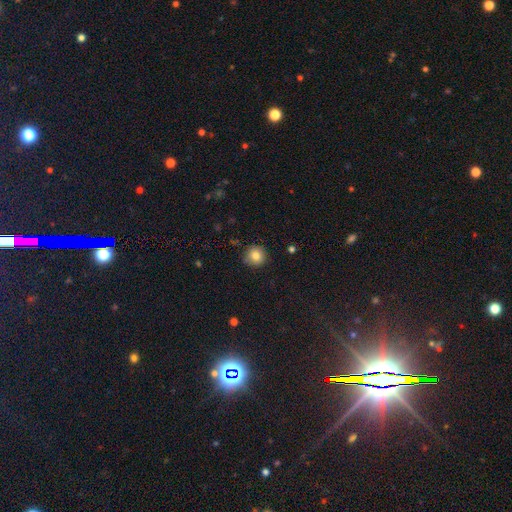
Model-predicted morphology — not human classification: The model was most divided on "smooth or featured": smooth: 82%, star or artifact: 11%, featured or disk: 8%. More confident: how rounded — round (93%); merging — none (87%).